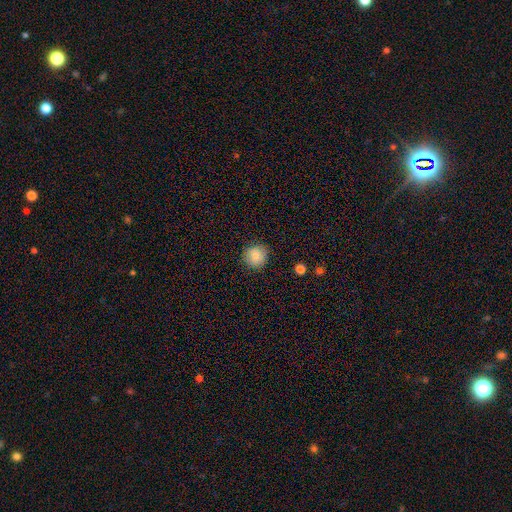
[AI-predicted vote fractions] A smooth galaxy with no disk features (82%) that is round (92%). Merging: none (87%).